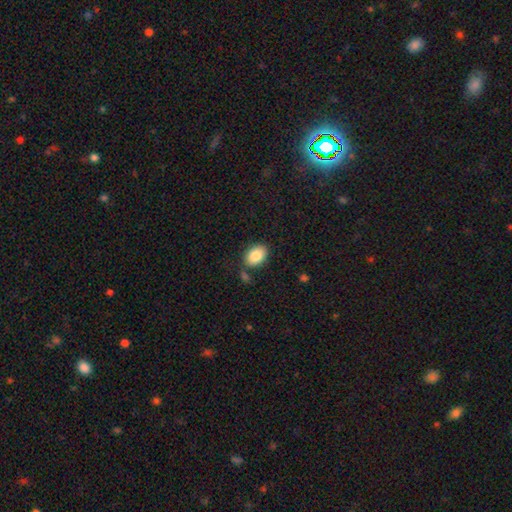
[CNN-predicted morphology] This is clearly a smooth galaxy (86%). How rounded: likely in between (78%). Merging: likely none (78%).